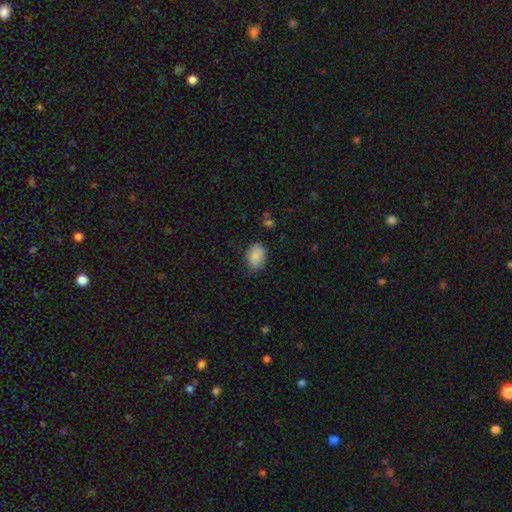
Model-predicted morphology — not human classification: This is clearly a smooth galaxy (88%). How rounded: likely in between (74%). Merging: likely none (75%).